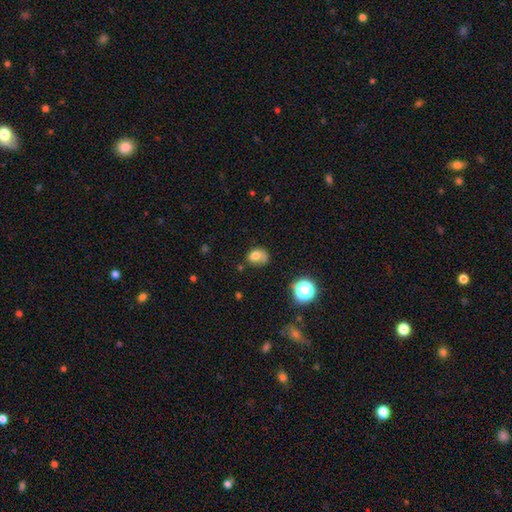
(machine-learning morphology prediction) Smooth or featured: smooth — 73% (featured or disk — 15%)
How rounded: in between — 53% (round — 46%)
Merging: none — 42% (minor disturbance — 30%)